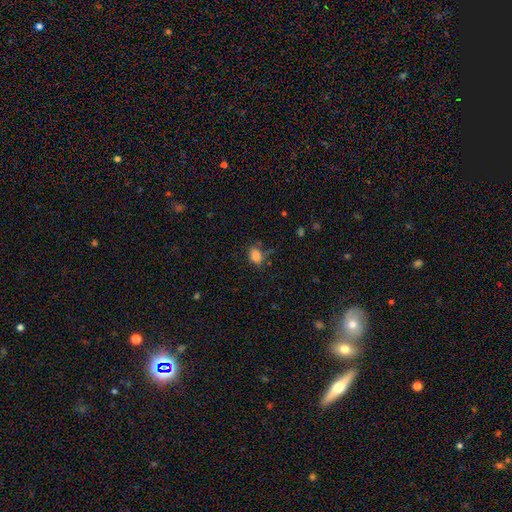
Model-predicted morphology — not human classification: smooth 84%, star or artifact 11%, featured or disk 5%. Down the decision tree: how rounded — in between (69%); merging — none (68%).